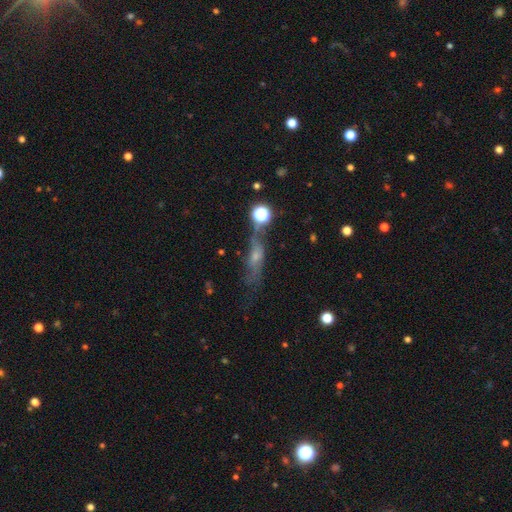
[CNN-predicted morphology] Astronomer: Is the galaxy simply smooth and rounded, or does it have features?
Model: featured or disk — 50% (runner-up: smooth, 29%).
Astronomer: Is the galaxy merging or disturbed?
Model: none — 59%.